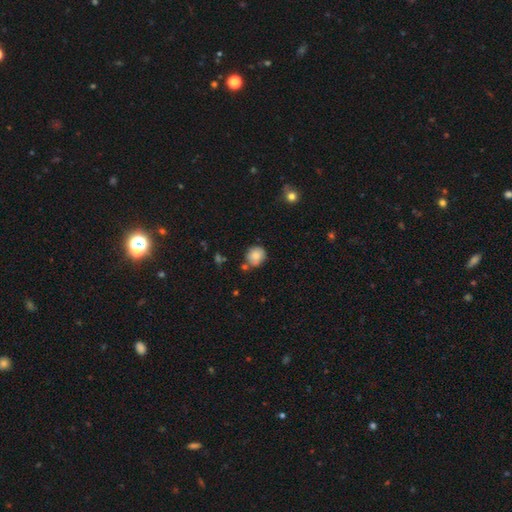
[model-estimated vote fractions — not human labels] The model was most divided on "merging": none: 70%, minor disturbance: 17%, merger: 10%, major disturbance: 3%. More confident: how rounded — round (82%); smooth or featured — smooth (81%).